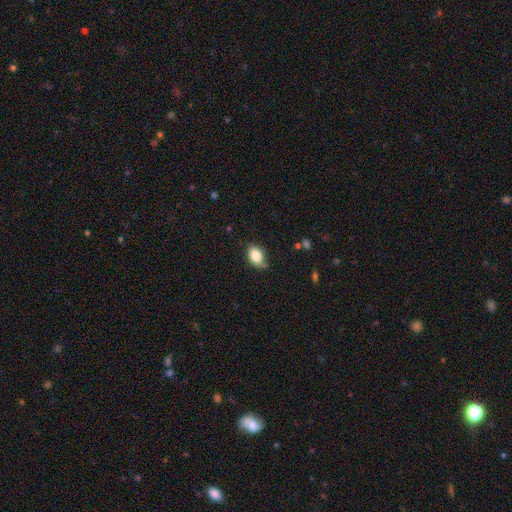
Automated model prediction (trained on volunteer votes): smooth 82%, featured or disk 9%, star or artifact 8%. Down the decision tree: how rounded — in between (81%); merging — none (64%).